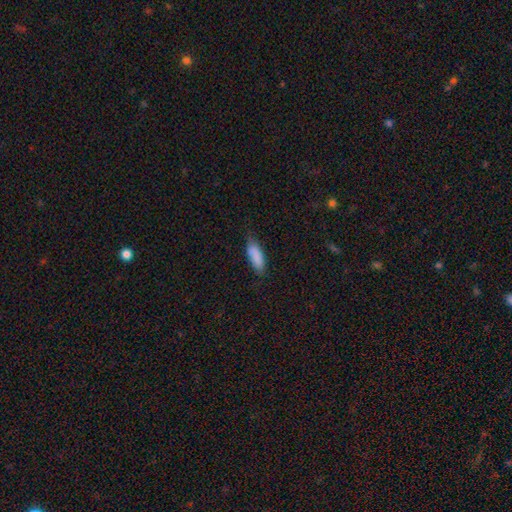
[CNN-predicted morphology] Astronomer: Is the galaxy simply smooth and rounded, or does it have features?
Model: smooth — 85%.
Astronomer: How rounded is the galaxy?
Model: in between — 70%.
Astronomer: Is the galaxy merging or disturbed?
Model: none — 62%.